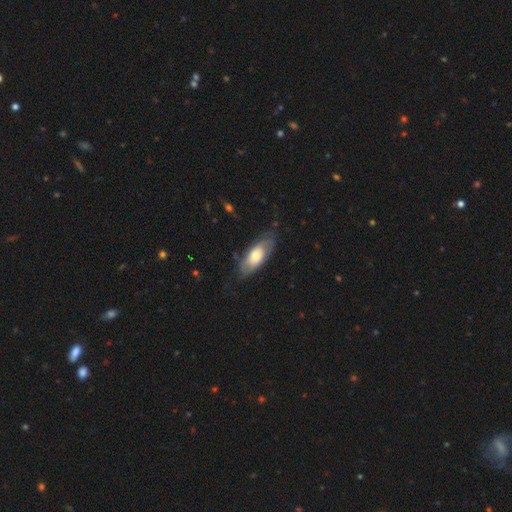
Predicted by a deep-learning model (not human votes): A smooth galaxy with no disk features (60%) that is in between round and cigar-shaped (80%). Merging: none (70%).